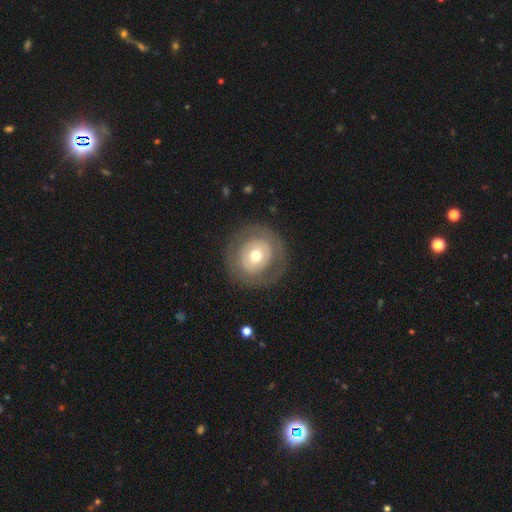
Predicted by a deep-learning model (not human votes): Smooth or featured? Predicted: smooth (p=0.51). How rounded? Predicted: round (p=0.90). Merging? Predicted: none (p=0.83).